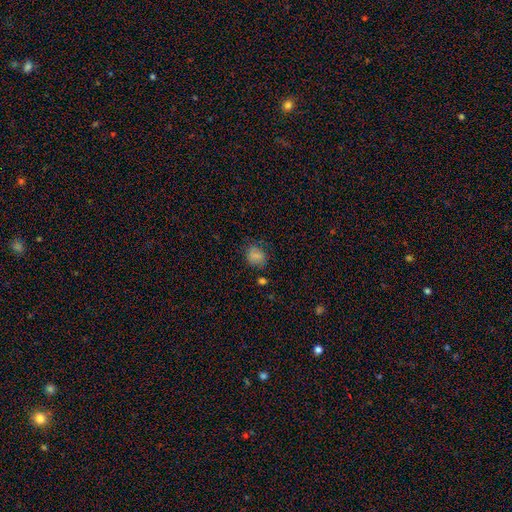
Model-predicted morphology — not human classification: Smooth or featured? smooth (79%)
How rounded? round (58%)
Merging? none (71%)